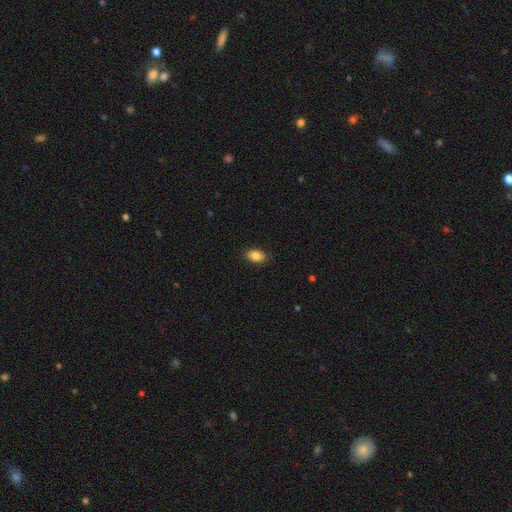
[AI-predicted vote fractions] Smooth or featured? Predicted: smooth (p=0.85). How rounded? Predicted: in between (p=0.90). Merging? Predicted: none (p=0.88).